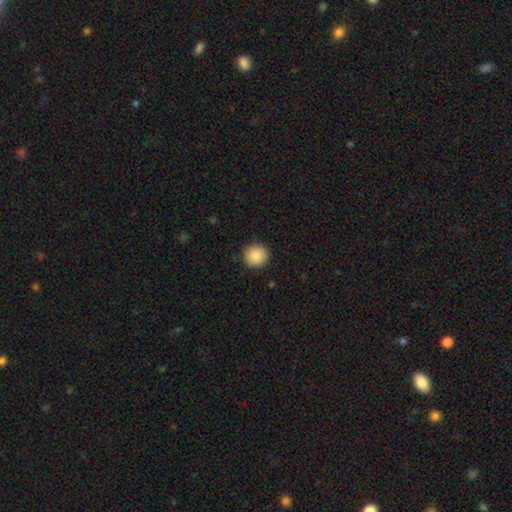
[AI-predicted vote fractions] Smooth or featured?
  - smooth: 88% *
  - star or artifact: 8%
  - featured or disk: 4%
How rounded?
  - round: 93% *
  - in between: 6%
  - cigar-shaped: 1%
Merging?
  - none: 91% *
  - minor disturbance: 6%
  - major disturbance: 2%
  - merger: 1%